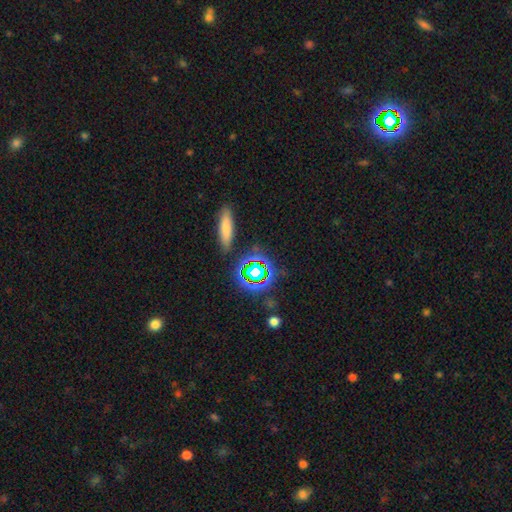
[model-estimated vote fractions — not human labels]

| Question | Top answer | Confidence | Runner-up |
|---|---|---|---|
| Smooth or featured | smooth | 42% | star or artifact (37%) |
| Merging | none | 61% | merger (19%) |